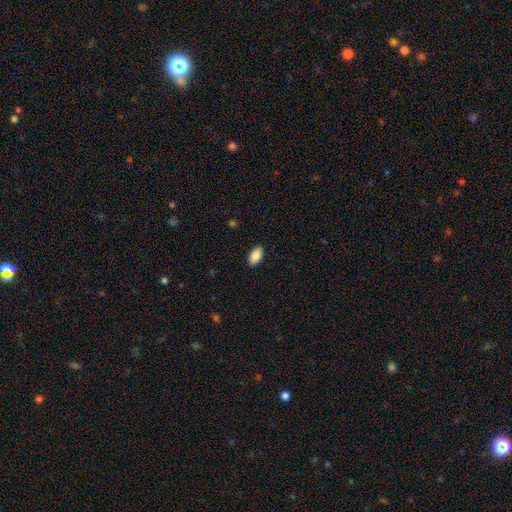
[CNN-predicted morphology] A smooth galaxy with no disk features (87%) that is in between round and cigar-shaped (93%).

Vote fractions:
- Smooth or featured? smooth: 87% / star or artifact: 7% / featured or disk: 6%
- How rounded? in between: 93% / cigar-shaped: 4% / round: 3%
- Merging? none: 89% / minor disturbance: 8% / major disturbance: 2% / merger: 1%